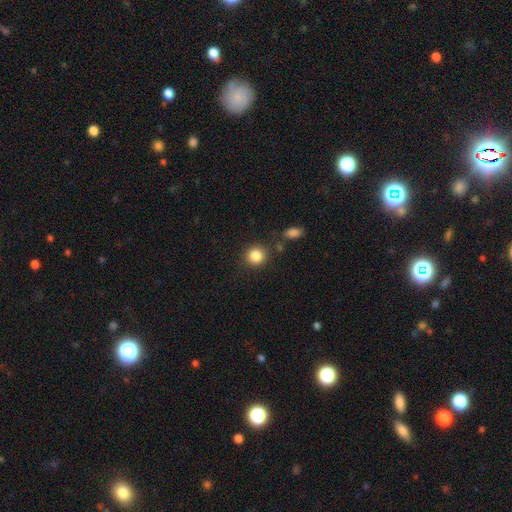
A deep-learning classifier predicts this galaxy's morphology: This is clearly a smooth galaxy (85%). How rounded: clearly round (88%). Merging: clearly none (83%).